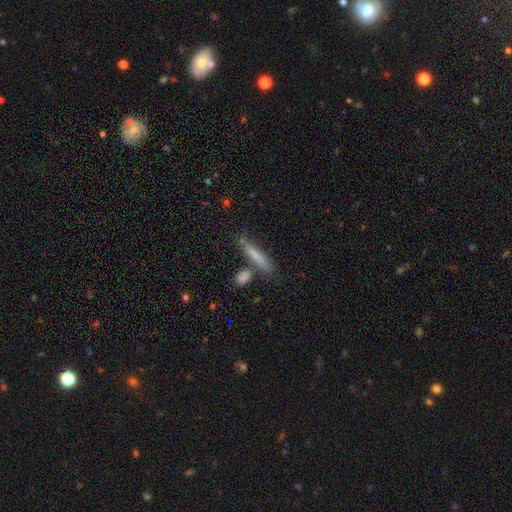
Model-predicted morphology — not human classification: Smooth or featured: smooth — 71% (featured or disk — 22%)
How rounded: cigar-shaped — 89% (in between — 9%)
Merging: none — 72% (minor disturbance — 13%)